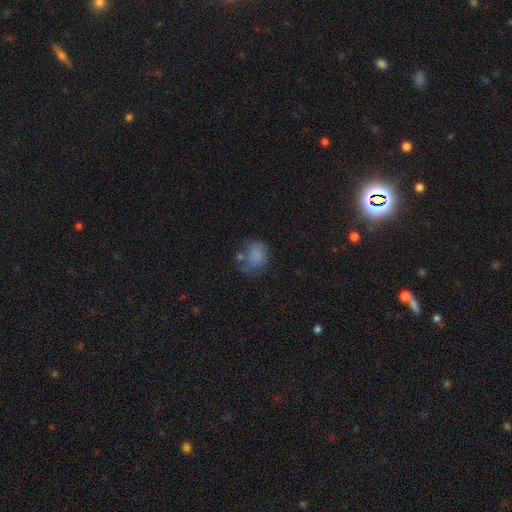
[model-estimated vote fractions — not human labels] smooth 75%, featured or disk 14%, star or artifact 11%. Down the decision tree: how rounded — round (63%); merging — none (44%).